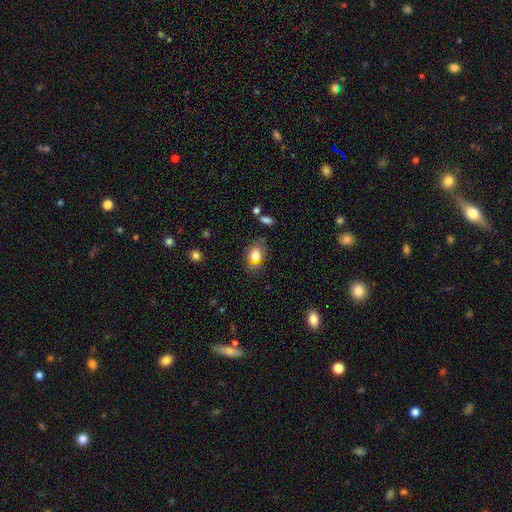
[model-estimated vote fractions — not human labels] This appears to be a smooth galaxy with no disk features (76%) that is in between round and cigar-shaped (66%). Merging: none (67%).